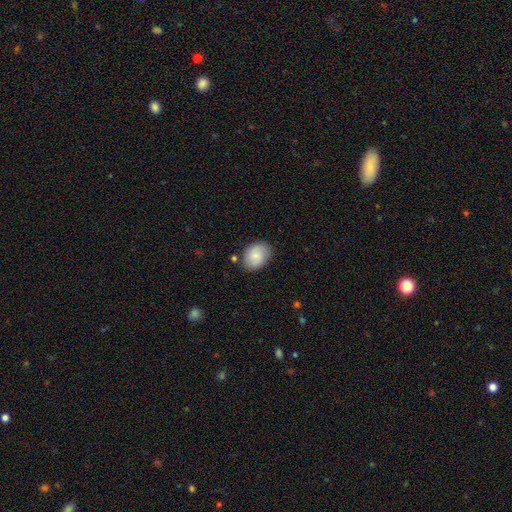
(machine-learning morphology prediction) smooth-or-featured: smooth: 72% | featured or disk: 21% | star or artifact: 7%
  how-rounded: in between: 69% | round: 30% | cigar-shaped: 1%
  merging: none: 80% | minor disturbance: 15% | major disturbance: 3% | merger: 3%